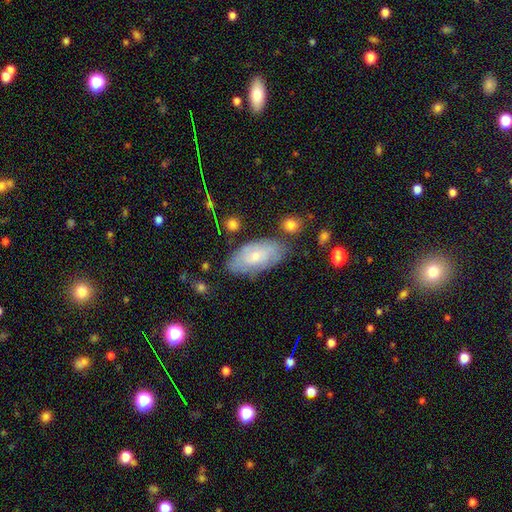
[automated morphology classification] smooth-or-featured: featured or disk: 47% | smooth: 46% | star or artifact: 7%
  merging: none: 68% | minor disturbance: 22% | major disturbance: 6% | merger: 4%